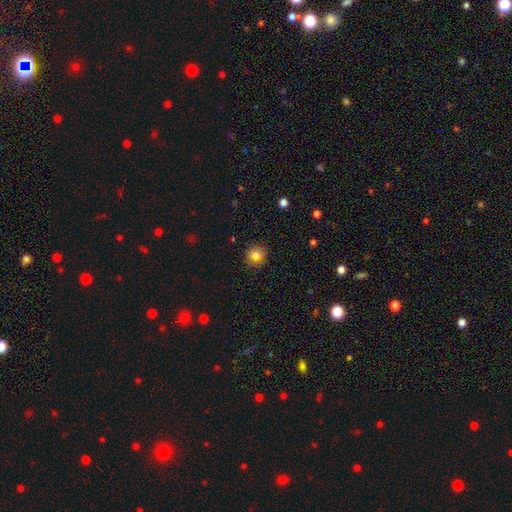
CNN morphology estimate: A smooth galaxy with no disk features (77%) that is round (82%).

Vote fractions:
- Smooth or featured? smooth: 77% / star or artifact: 14% / featured or disk: 10%
- How rounded? round: 82% / in between: 17% / cigar-shaped: 1%
- Merging? none: 84% / minor disturbance: 12% / major disturbance: 3% / merger: 1%